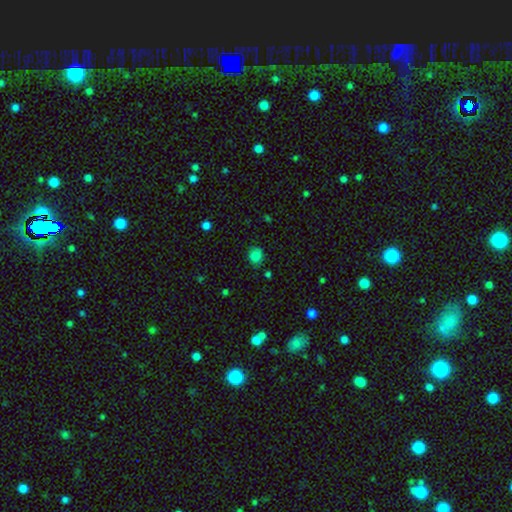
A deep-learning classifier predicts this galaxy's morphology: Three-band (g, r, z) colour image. It shows a smooth galaxy with no disk features (83%) that is round (71%). Merging: none (79%).